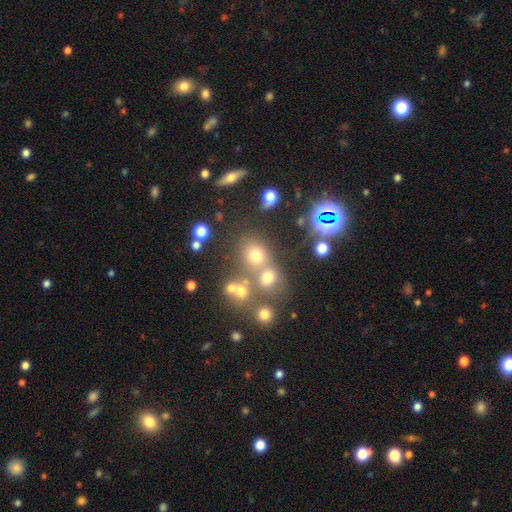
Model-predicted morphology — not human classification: smooth 67%, star or artifact 20%, featured or disk 13%. Down the decision tree: how rounded — round (74%); merging — none (54%).